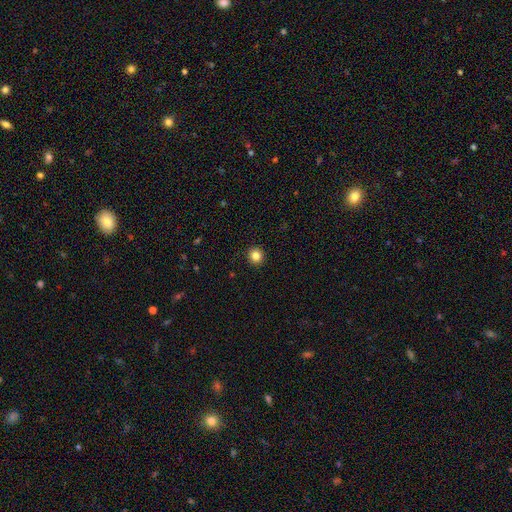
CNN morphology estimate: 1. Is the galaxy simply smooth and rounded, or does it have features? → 84% smooth, 11% star or artifact, 5% featured or disk.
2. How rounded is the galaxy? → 94% round, 5% in between, 1% cigar-shaped.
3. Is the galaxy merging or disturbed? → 93% none, 4% minor disturbance, 1% major disturbance, 1% merger.